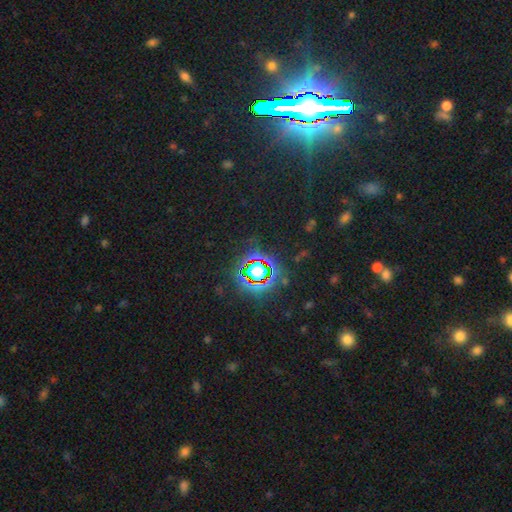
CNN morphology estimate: type=star or artifact (79%).